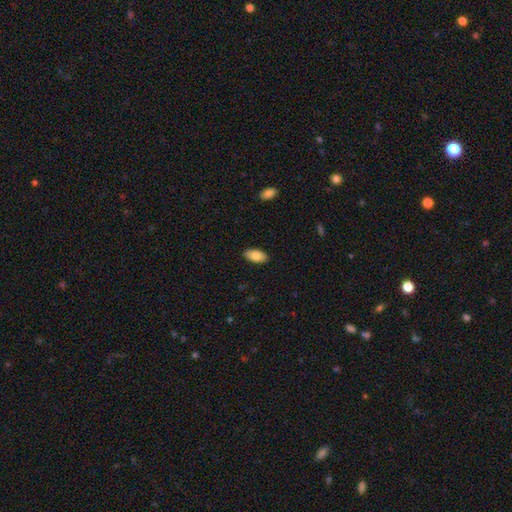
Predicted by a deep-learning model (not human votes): smooth 80%, featured or disk 14%, star or artifact 6%. Down the decision tree: how rounded — in between (94%); merging — none (89%).